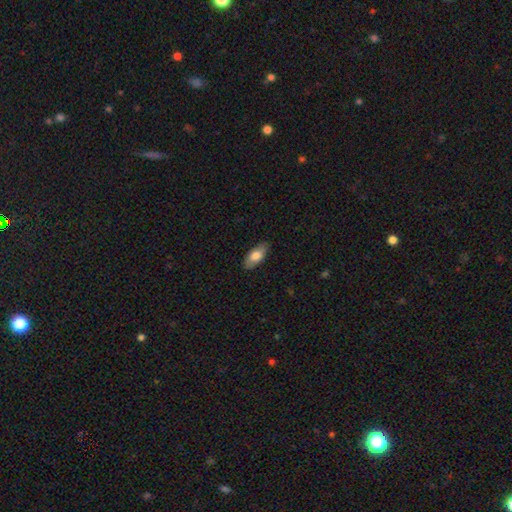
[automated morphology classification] Smooth or featured: smooth — 75% (featured or disk — 19%)
How rounded: in between — 86% (cigar-shaped — 11%)
Merging: none — 84% (minor disturbance — 12%)